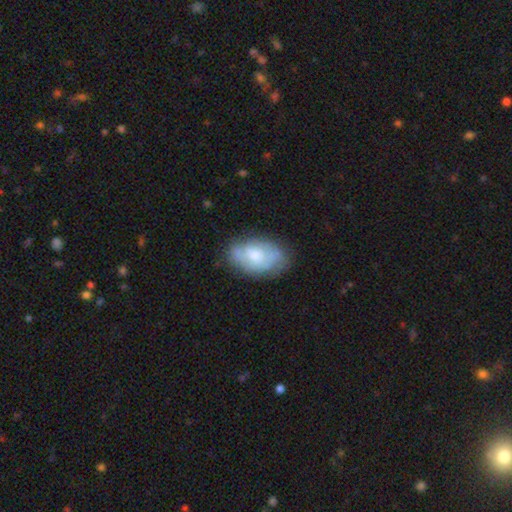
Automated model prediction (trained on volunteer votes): Smooth or featured? featured or disk (48%)
Merging? none (65%)